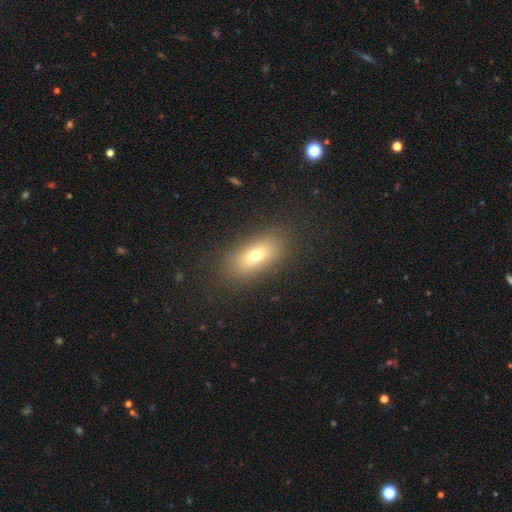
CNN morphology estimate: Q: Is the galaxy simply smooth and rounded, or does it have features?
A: smooth — 70%.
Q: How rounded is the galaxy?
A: in between — 81%.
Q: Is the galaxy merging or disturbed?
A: none — 85%.